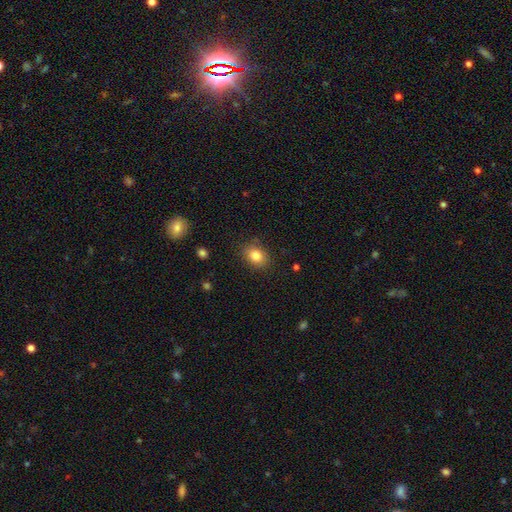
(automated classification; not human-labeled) Overall: smooth (83%). How rounded: in between (58%; round 41%). Merging: none (84%).